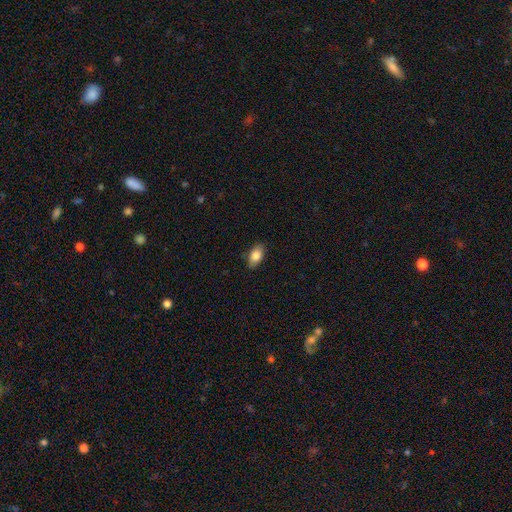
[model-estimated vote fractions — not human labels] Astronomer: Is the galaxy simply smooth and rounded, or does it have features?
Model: smooth — 83%.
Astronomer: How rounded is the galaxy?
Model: in between — 91%.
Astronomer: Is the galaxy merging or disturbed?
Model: none — 85%.